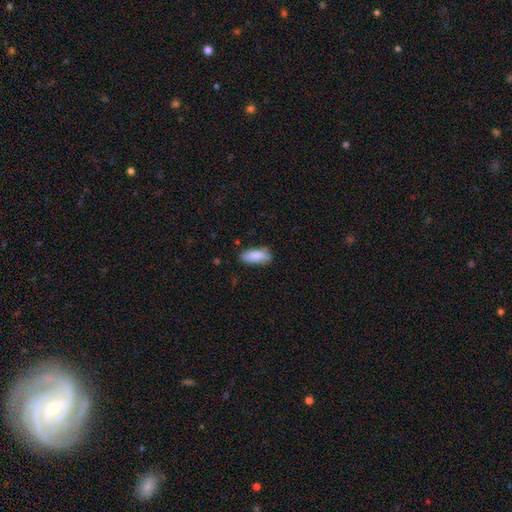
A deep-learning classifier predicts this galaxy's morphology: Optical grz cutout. It shows a smooth galaxy with no disk features (88%) that is in between round and cigar-shaped (85%). Merging: none (75%).